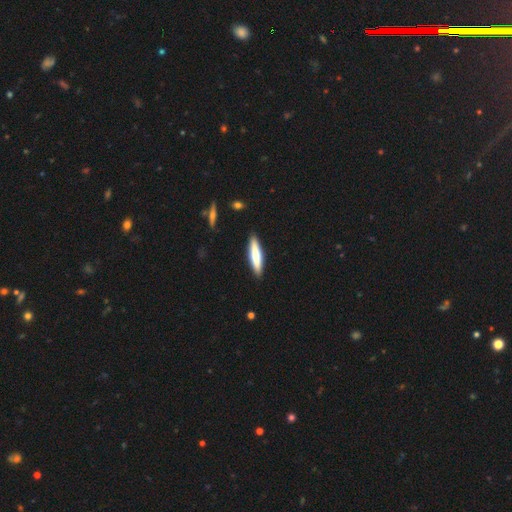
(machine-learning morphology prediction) Smooth or featured: smooth — 66% (featured or disk — 29%)
How rounded: cigar-shaped — 79% (in between — 19%)
Merging: none — 90% (minor disturbance — 7%)